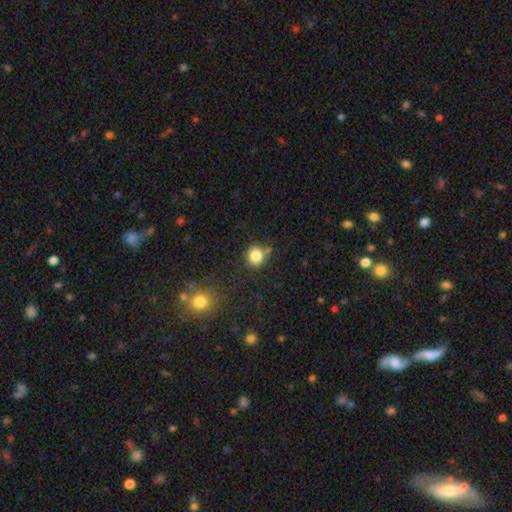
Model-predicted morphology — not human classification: The model was most divided on "merging": none: 77%, minor disturbance: 11%, merger: 9%, major disturbance: 3%. More confident: how rounded — round (85%); smooth or featured — smooth (83%).